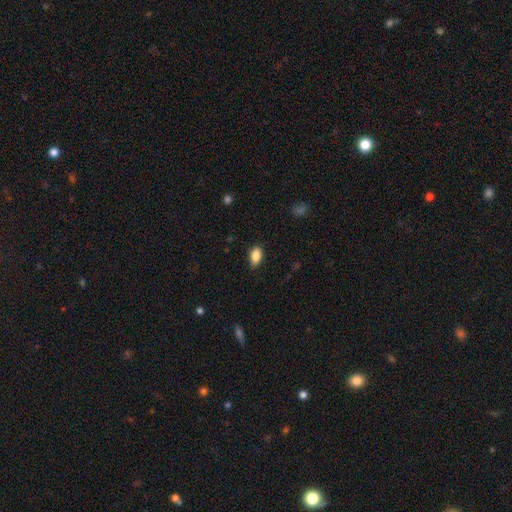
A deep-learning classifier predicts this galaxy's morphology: Q: Smooth or featured?
A: smooth (86%); runner-up: star or artifact (8%)
Q: How rounded?
A: in between (89%); runner-up: round (6%)
Q: Merging?
A: none (82%); runner-up: minor disturbance (14%)